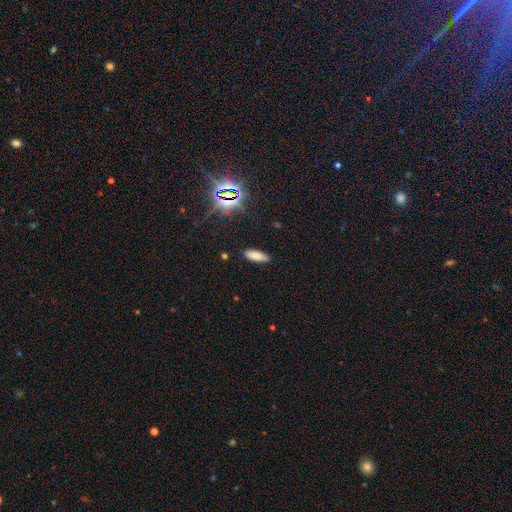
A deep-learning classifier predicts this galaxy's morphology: smooth-or-featured: smooth: 78% | star or artifact: 14% | featured or disk: 8%
  how-rounded: in between: 64% | cigar-shaped: 34% | round: 2%
  merging: none: 85% | minor disturbance: 11% | major disturbance: 2% | merger: 1%